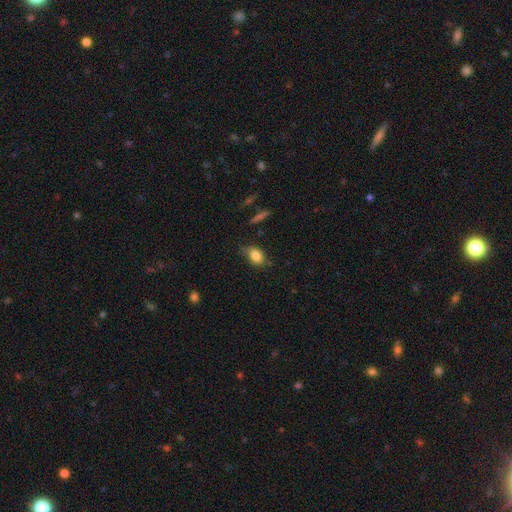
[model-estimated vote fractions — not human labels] A smooth galaxy with no disk features (83%) that is in between round and cigar-shaped (76%).

Vote fractions:
- Smooth or featured? smooth: 83% / star or artifact: 9% / featured or disk: 9%
- How rounded? in between: 76% / round: 22% / cigar-shaped: 2%
- Merging? none: 59% / minor disturbance: 31% / major disturbance: 8% / merger: 2%